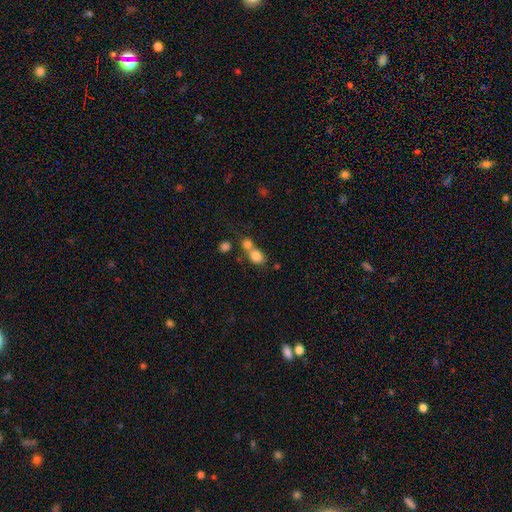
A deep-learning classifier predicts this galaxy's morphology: Smooth or featured? Predicted: smooth (p=0.80). How rounded? Predicted: in between (p=0.50). Merging? Predicted: merger (p=0.57).